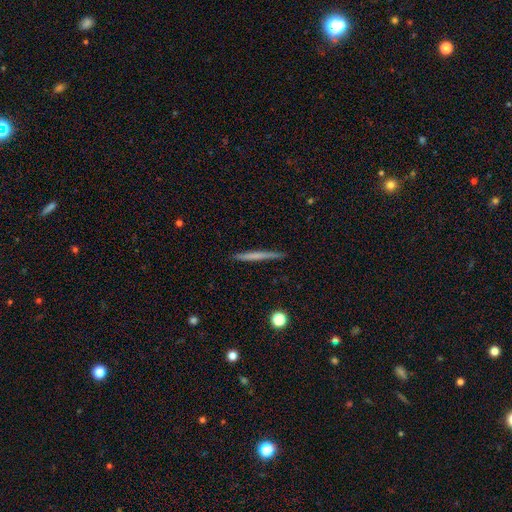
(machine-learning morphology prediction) This is possibly a smooth galaxy (53%). How rounded: clearly cigar-shaped (96%). Merging: clearly none (90%).